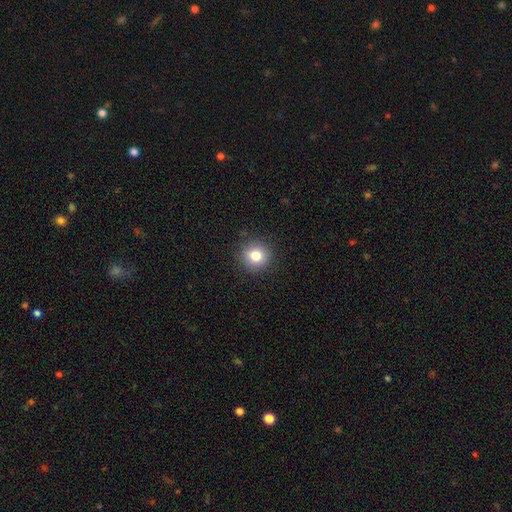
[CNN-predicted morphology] Overall: smooth (80%). How rounded: round (92%). Merging: none (91%).